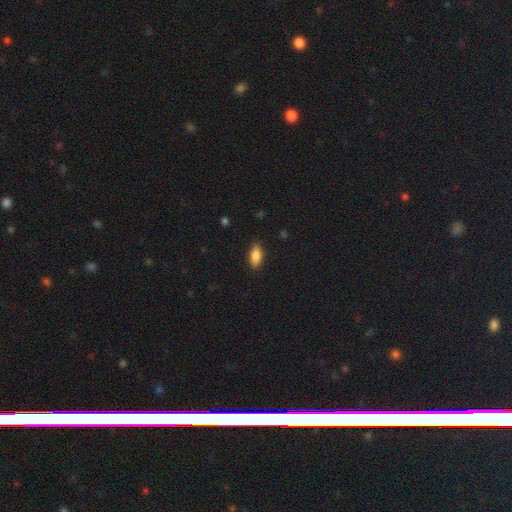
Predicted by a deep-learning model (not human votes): smooth 85%, featured or disk 8%, star or artifact 7%. Down the decision tree: how rounded — in between (84%); merging — none (87%).